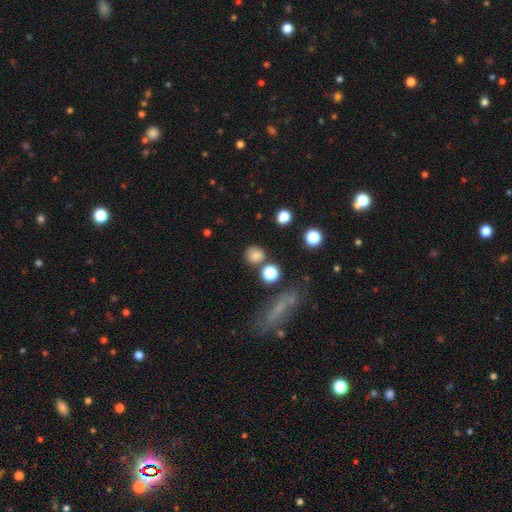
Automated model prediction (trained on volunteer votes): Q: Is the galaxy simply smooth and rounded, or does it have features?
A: smooth — 78%.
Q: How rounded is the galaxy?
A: round — 88%.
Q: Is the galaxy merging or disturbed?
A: none — 78%.